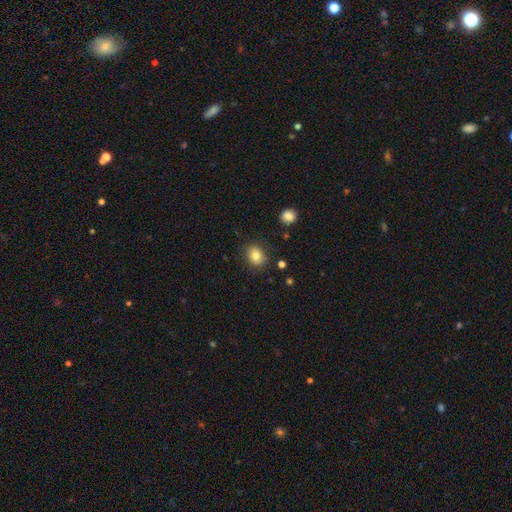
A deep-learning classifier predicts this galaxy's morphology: Q: Smooth or featured?
A: smooth (82%); runner-up: star or artifact (10%)
Q: How rounded?
A: round (53%); runner-up: in between (46%)
Q: Merging?
A: none (84%); runner-up: minor disturbance (11%)